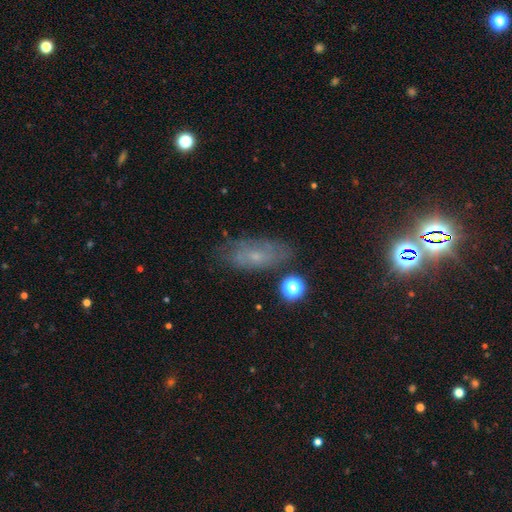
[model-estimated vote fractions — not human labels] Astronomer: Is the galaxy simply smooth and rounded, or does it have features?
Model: smooth — 42% (runner-up: featured or disk, 41%).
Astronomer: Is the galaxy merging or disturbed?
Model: none — 71%.